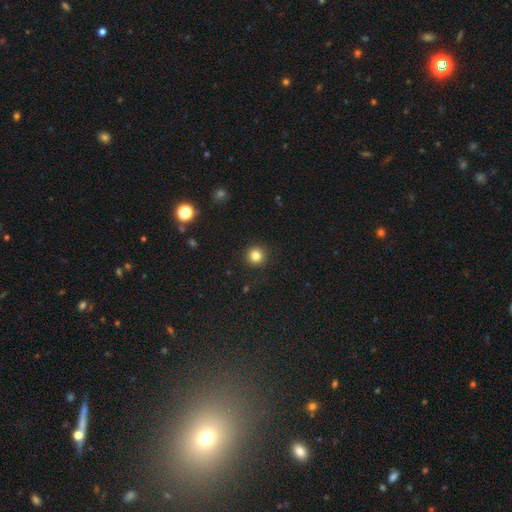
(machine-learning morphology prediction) smooth-or-featured: smooth: 83% | star or artifact: 12% | featured or disk: 5%
  how-rounded: round: 95% | in between: 5% | cigar-shaped: 1%
  merging: none: 92% | minor disturbance: 5% | major disturbance: 2% | merger: 1%